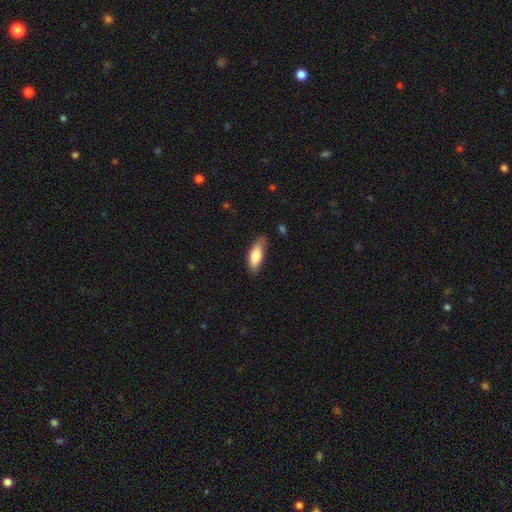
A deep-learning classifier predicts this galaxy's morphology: smooth 78%, featured or disk 16%, star or artifact 6%. Down the decision tree: how rounded — in between (69%); merging — none (64%).